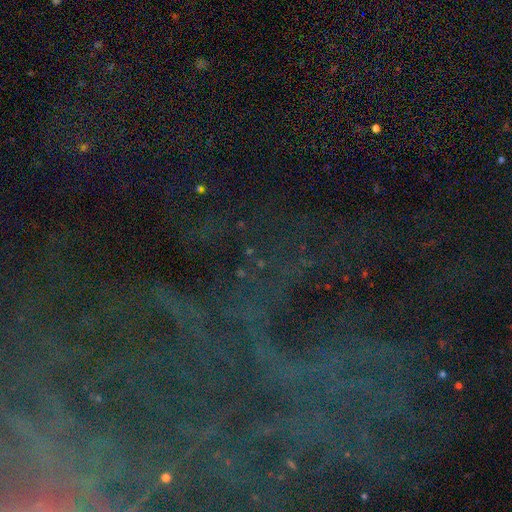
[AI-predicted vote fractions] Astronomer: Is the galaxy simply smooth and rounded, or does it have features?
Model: star or artifact — 76%.